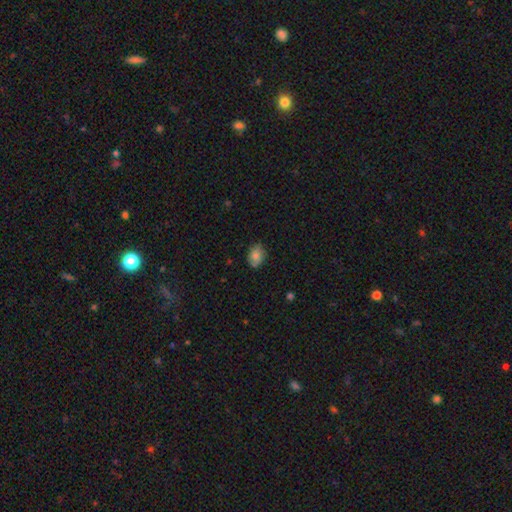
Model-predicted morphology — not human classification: smooth 76%, featured or disk 16%, star or artifact 9%. Down the decision tree: how rounded — in between (71%); merging — none (77%).